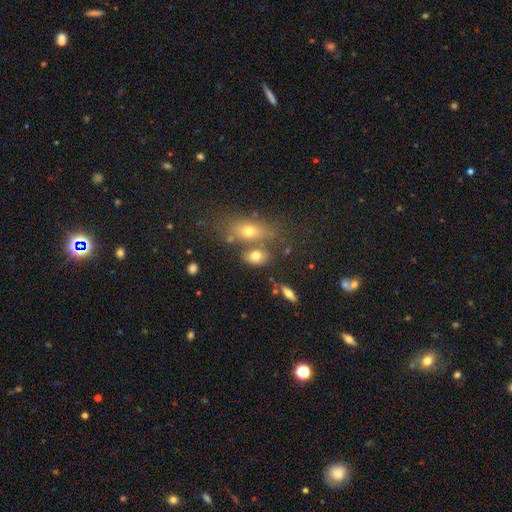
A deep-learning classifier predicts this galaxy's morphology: This appears to be a smooth galaxy with no disk features (72%) that is in between round and cigar-shaped (80%). Merging: none (56%).